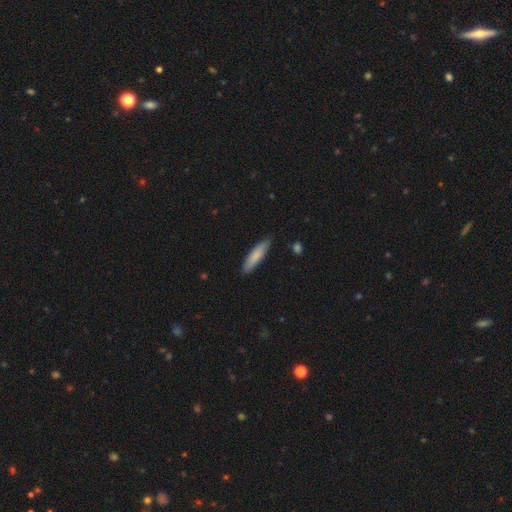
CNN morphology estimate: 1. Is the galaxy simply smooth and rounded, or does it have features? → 80% smooth, 14% featured or disk, 5% star or artifact.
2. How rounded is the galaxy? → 76% cigar-shaped, 23% in between, 1% round.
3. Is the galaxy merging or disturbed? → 86% none, 11% minor disturbance, 2% major disturbance, 1% merger.